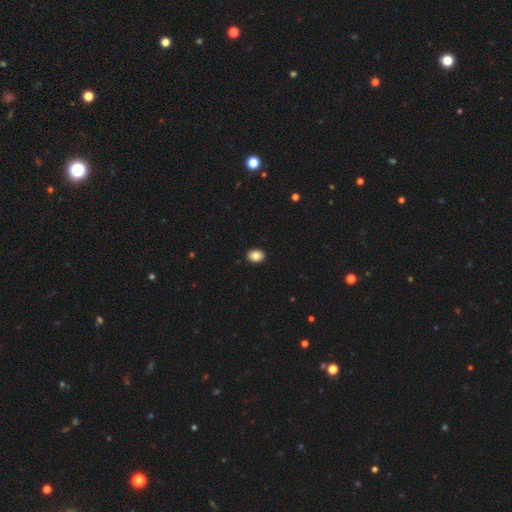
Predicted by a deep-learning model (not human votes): smooth_or_featured: smooth (p=0.85) [alt: star or artifact p=0.09]
how_rounded: in between (p=0.60) [alt: round p=0.39]
merging: none (p=0.91) [alt: minor disturbance p=0.06]